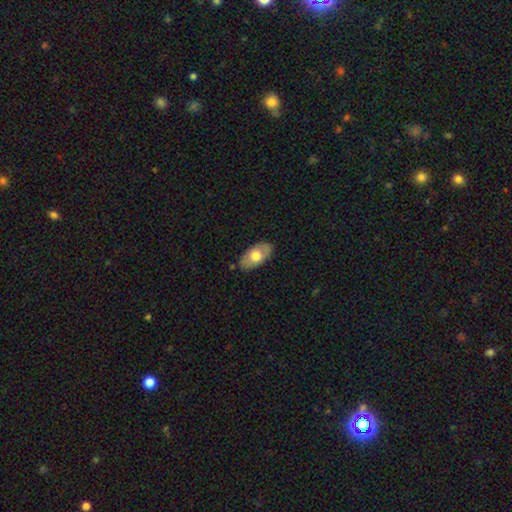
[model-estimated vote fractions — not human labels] Smooth or featured: smooth — 63% (featured or disk — 32%)
How rounded: in between — 93% (round — 4%)
Merging: none — 83% (minor disturbance — 13%)